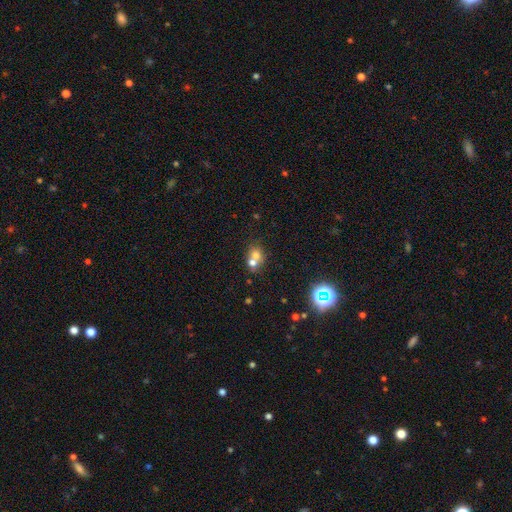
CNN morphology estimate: Smooth or featured?
  - smooth: 64% *
  - featured or disk: 19%
  - star or artifact: 17%
How rounded?
  - round: 65% *
  - in between: 34%
  - cigar-shaped: 1%
Merging?
  - merger: 59% *
  - none: 31%
  - minor disturbance: 6%
  - major disturbance: 3%